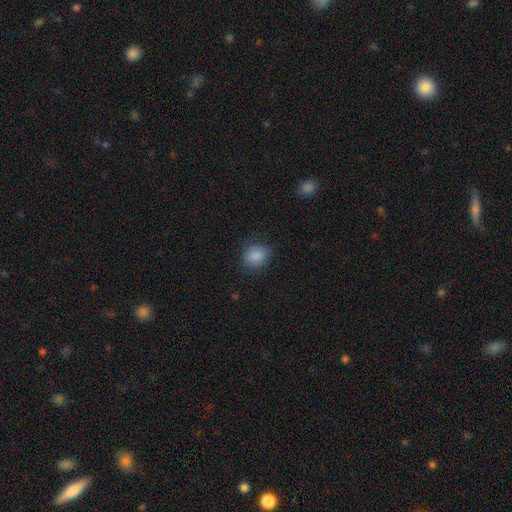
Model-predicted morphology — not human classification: This appears to be a smooth galaxy with no disk features (86%) that is round (59%). Merging: none (77%).